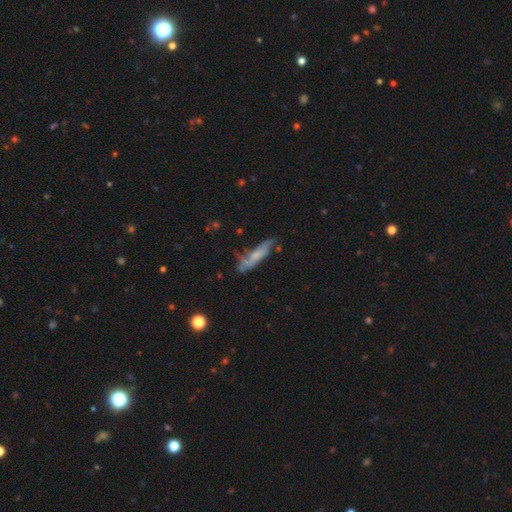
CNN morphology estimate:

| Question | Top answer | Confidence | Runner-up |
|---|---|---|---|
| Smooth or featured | smooth | 49% | featured or disk (41%) |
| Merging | none | 50% | minor disturbance (28%) |